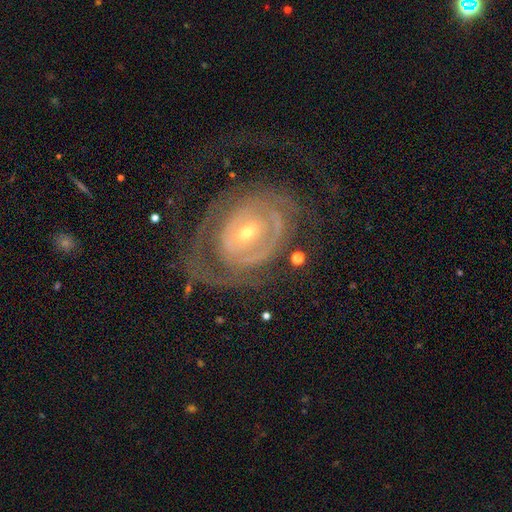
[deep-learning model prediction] Overall: featured or disk (85%). Edge-on disk: no (96%). Bar: no (40%; weak 38%). Spiral arms: yes (83%). Spiral arm count: can't tell (39%; 2 30%). Spiral winding: tight (66%). Bulge size: small (61%; moderate 34%). Merging: none (52%; major disturbance 29%).